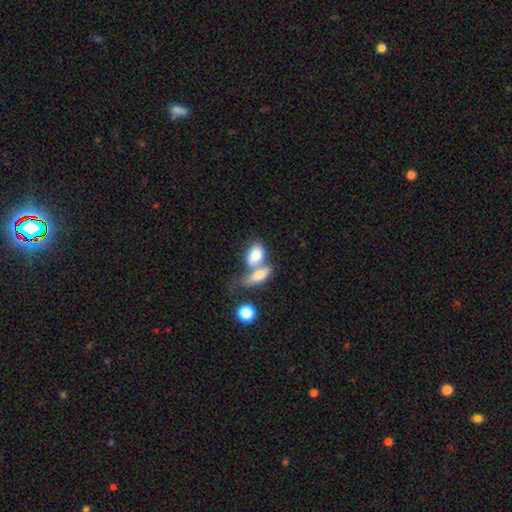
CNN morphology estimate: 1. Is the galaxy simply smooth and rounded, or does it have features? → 78% smooth, 15% featured or disk, 7% star or artifact.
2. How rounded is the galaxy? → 83% in between, 12% round, 5% cigar-shaped.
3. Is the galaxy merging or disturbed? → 59% merger, 26% none, 10% minor disturbance, 6% major disturbance.